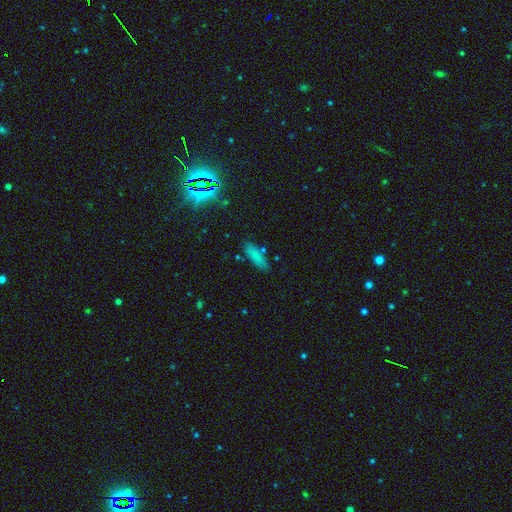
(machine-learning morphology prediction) Q: Smooth or featured?
A: smooth (78%); runner-up: featured or disk (11%)
Q: How rounded?
A: cigar-shaped (55%); runner-up: in between (43%)
Q: Merging?
A: none (82%); runner-up: minor disturbance (11%)